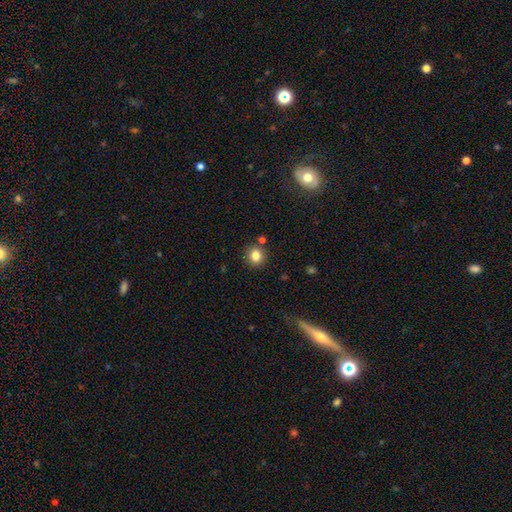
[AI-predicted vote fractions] Morphology: type=smooth (83%); roundness=round (87%); merging=none (84%).